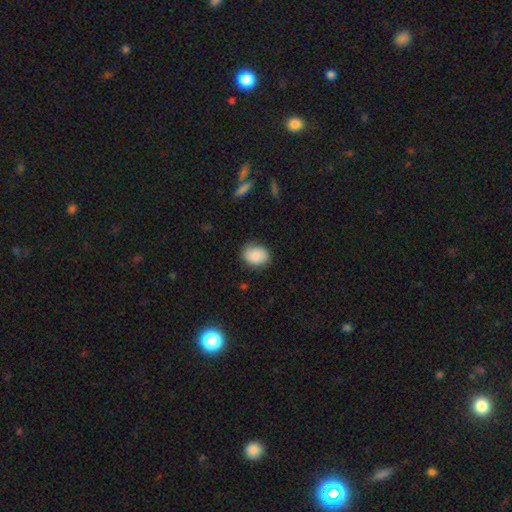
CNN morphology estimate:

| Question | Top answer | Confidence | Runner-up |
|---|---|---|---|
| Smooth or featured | smooth | 81% | featured or disk (11%) |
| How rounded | in between | 56% | round (43%) |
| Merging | none | 78% | minor disturbance (17%) |